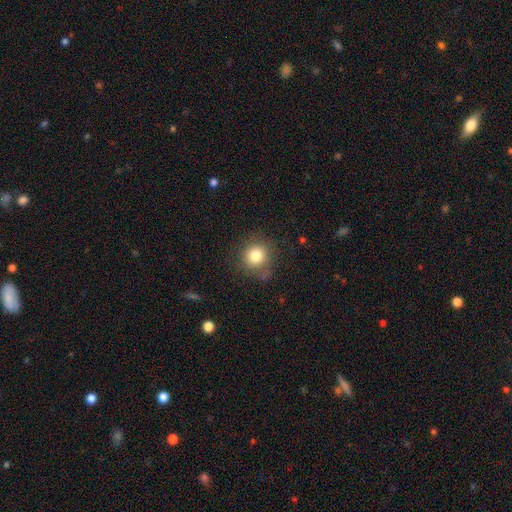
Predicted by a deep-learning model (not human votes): A smooth galaxy with no disk features (80%) that is round (87%). Merging: none (76%).